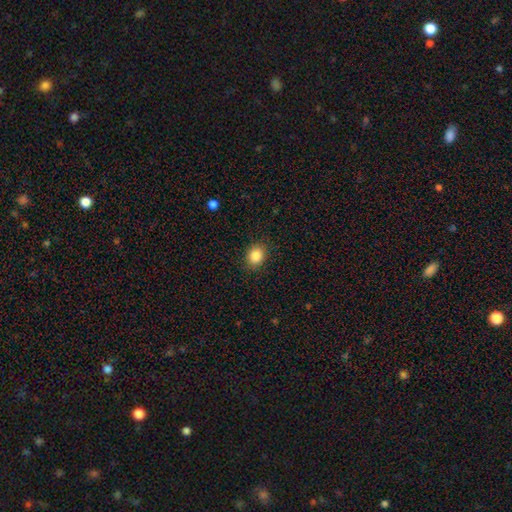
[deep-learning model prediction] This is clearly a smooth galaxy (86%). How rounded: possibly round (51%). Merging: clearly none (88%).